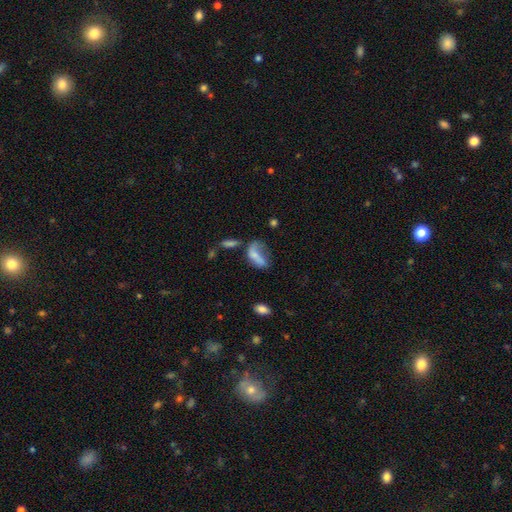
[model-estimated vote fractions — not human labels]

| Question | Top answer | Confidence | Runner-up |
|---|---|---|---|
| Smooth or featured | smooth | 61% | featured or disk (28%) |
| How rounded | in between | 81% | cigar-shaped (13%) |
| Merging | major disturbance | 38% | none (27%) |